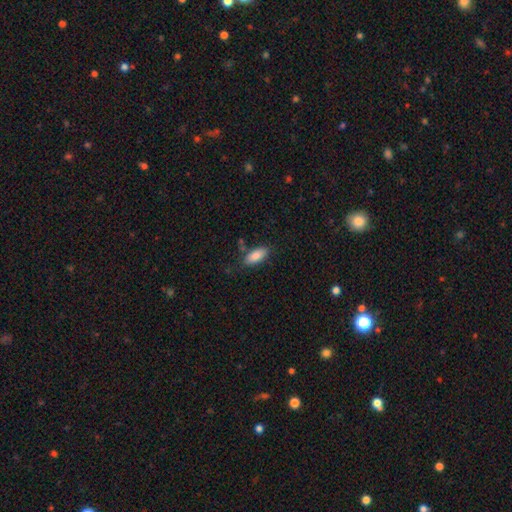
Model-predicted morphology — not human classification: Smooth or featured: smooth — 86% (featured or disk — 7%)
How rounded: in between — 83% (cigar-shaped — 15%)
Merging: none — 78% (minor disturbance — 15%)